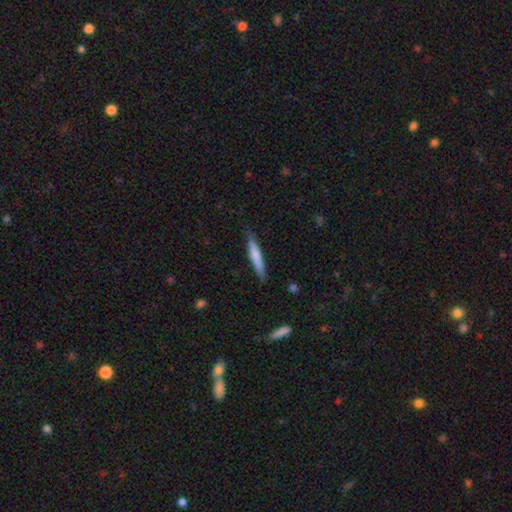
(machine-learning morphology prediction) Smooth or featured? smooth (72%)
How rounded? cigar-shaped (93%)
Merging? none (83%)